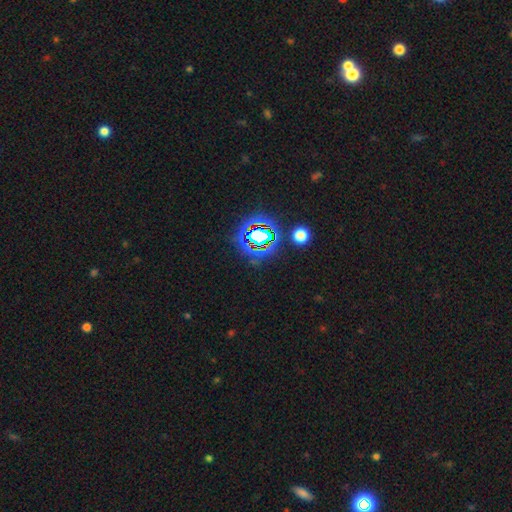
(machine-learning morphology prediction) smooth-or-featured: star or artifact: 72% | smooth: 17% | featured or disk: 11%